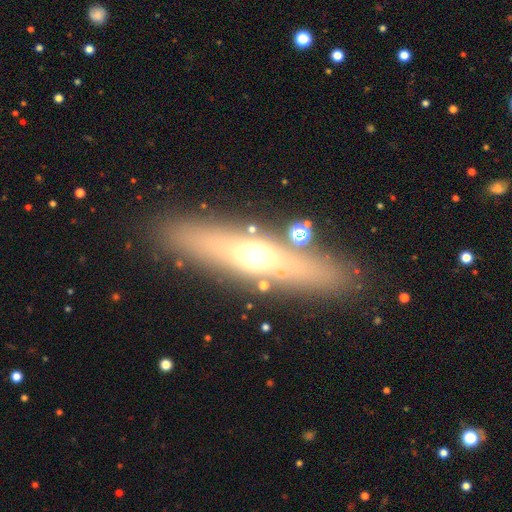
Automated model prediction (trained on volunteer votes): A featured or disk galaxy (46%).

Vote fractions:
- Smooth or featured? featured or disk: 46% / smooth: 42% / star or artifact: 12%
- Merging? none: 84% / minor disturbance: 9% / merger: 4% / major disturbance: 4%